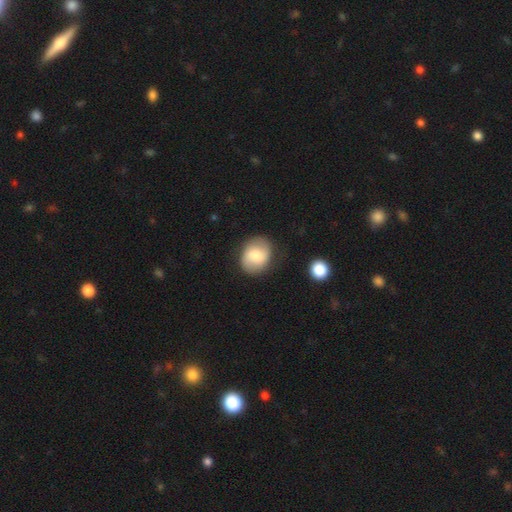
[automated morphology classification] type=smooth (64%); roundness=round (56%); merging=none (80%).